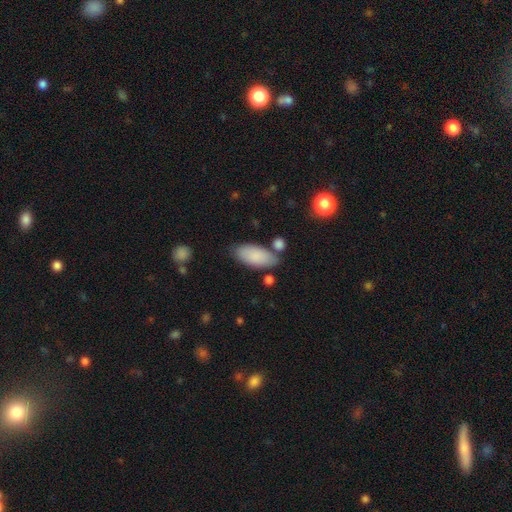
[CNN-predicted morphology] smooth_or_featured: smooth (p=0.86) [alt: featured or disk p=0.07]
how_rounded: in between (p=0.89) [alt: cigar-shaped p=0.09]
merging: none (p=0.73) [alt: minor disturbance p=0.15]